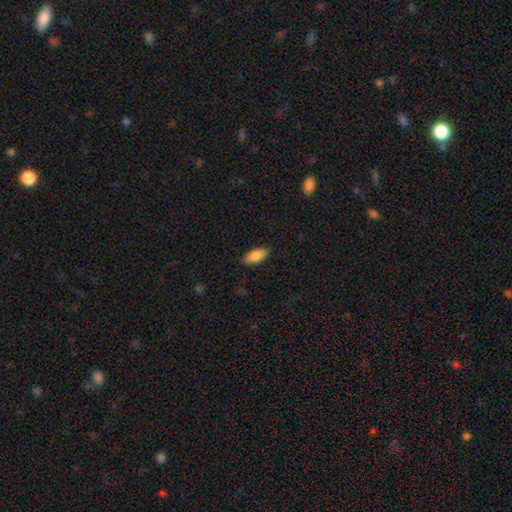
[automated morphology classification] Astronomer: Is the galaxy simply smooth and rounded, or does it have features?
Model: smooth — 86%.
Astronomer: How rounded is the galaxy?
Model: in between — 86%.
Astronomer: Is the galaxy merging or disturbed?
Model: none — 87%.